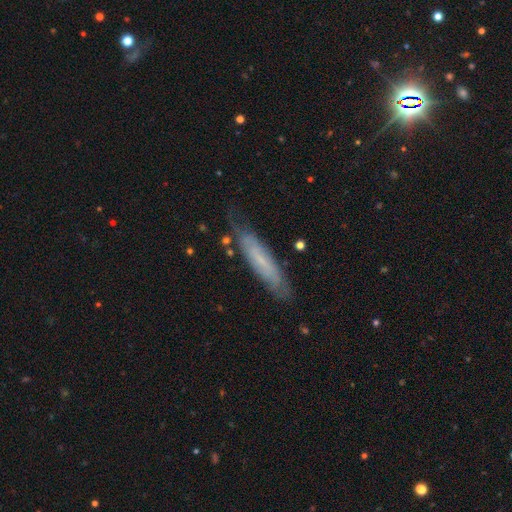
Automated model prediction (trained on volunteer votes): smooth 45%, featured or disk 42%, star or artifact 13%. Down the decision tree: merging — none (77%).